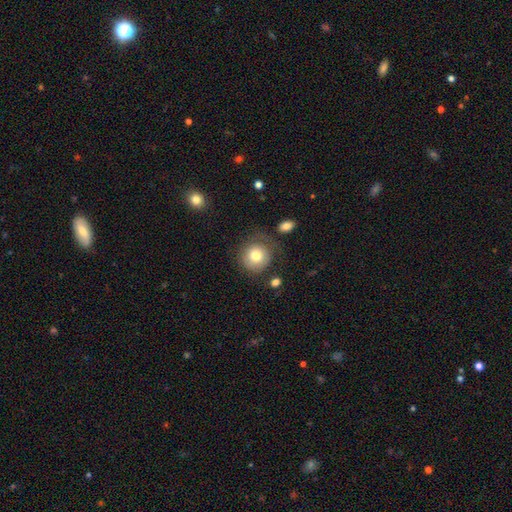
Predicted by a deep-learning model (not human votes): Smooth or featured?
  - smooth: 76% *
  - featured or disk: 15%
  - star or artifact: 9%
How rounded?
  - round: 90% *
  - in between: 9%
  - cigar-shaped: 1%
Merging?
  - none: 66% *
  - minor disturbance: 19%
  - major disturbance: 11%
  - merger: 4%